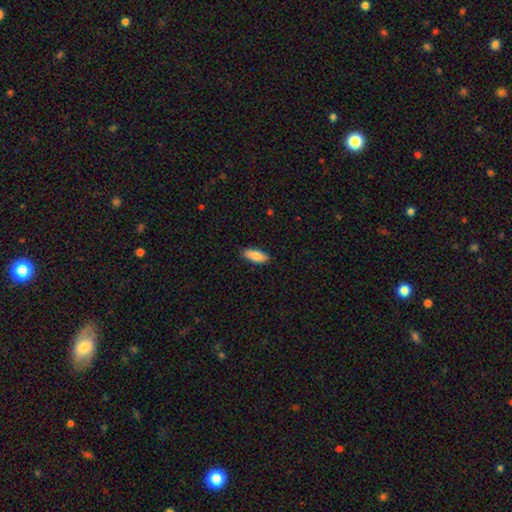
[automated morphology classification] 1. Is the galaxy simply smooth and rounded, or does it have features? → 88% smooth, 6% featured or disk, 6% star or artifact.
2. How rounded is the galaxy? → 78% in between, 21% cigar-shaped, 2% round.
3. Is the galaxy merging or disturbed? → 89% none, 9% minor disturbance, 2% major disturbance, 1% merger.